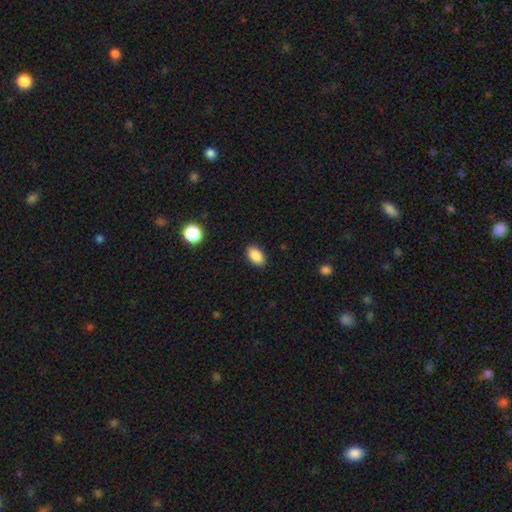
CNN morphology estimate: This is clearly a smooth galaxy (88%). How rounded: clearly in between (91%). Merging: clearly none (89%).